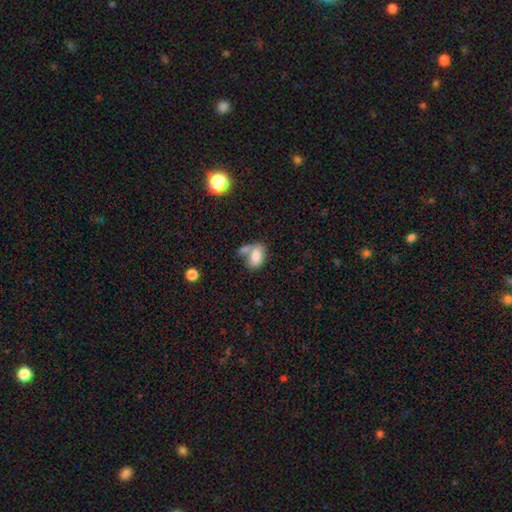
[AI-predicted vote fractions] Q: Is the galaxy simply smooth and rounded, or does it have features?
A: smooth — 78%.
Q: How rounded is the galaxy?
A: in between — 85%.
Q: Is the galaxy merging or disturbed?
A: merger — 41%.